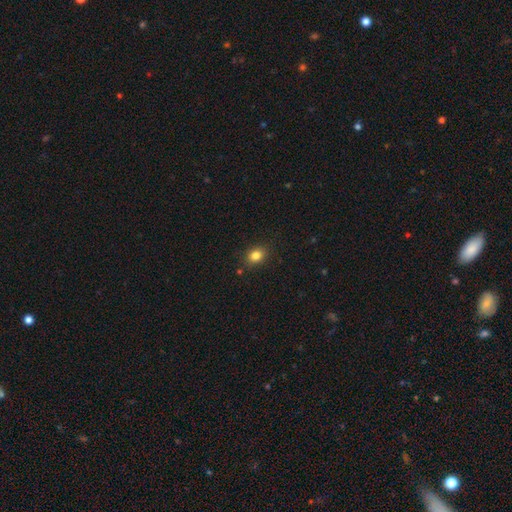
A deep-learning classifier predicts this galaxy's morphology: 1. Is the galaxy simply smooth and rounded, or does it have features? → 82% smooth, 12% star or artifact, 6% featured or disk.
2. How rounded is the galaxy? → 55% in between, 44% round, 1% cigar-shaped.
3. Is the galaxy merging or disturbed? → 85% none, 11% minor disturbance, 2% major disturbance, 2% merger.